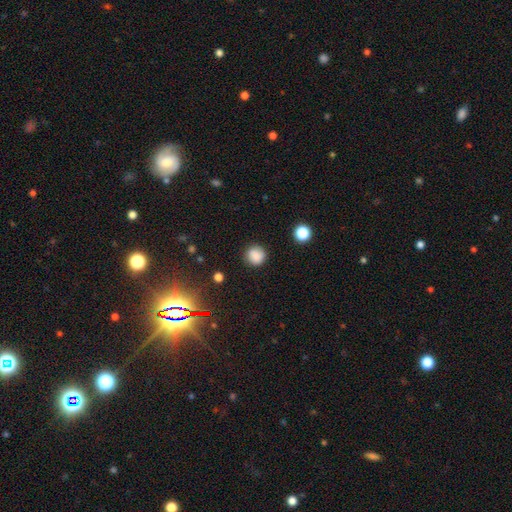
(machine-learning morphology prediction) Smooth or featured?
  - smooth: 84% *
  - star or artifact: 11%
  - featured or disk: 5%
How rounded?
  - round: 92% *
  - in between: 7%
  - cigar-shaped: 1%
Merging?
  - none: 87% *
  - minor disturbance: 9%
  - major disturbance: 3%
  - merger: 2%